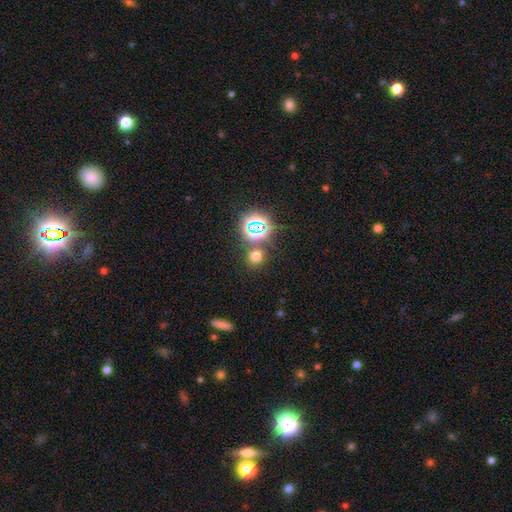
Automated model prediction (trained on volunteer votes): Smooth or featured: smooth — 64% (star or artifact — 29%)
How rounded: round — 79% (in between — 19%)
Merging: none — 77% (merger — 12%)